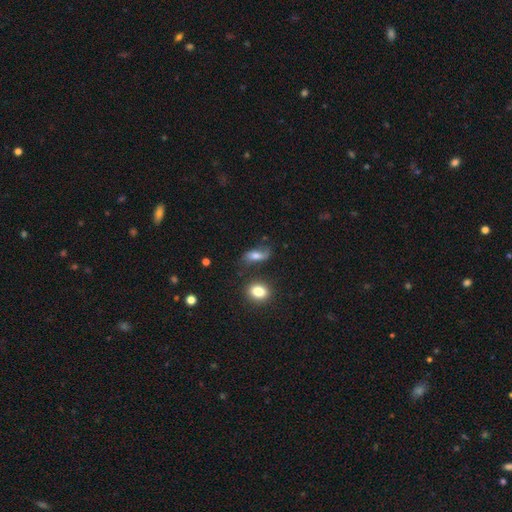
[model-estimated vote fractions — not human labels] Smooth or featured?
  - smooth: 55% *
  - featured or disk: 33%
  - star or artifact: 12%
How rounded?
  - in between: 77% *
  - cigar-shaped: 14%
  - round: 9%
Merging?
  - none: 52% *
  - minor disturbance: 25%
  - major disturbance: 16%
  - merger: 7%